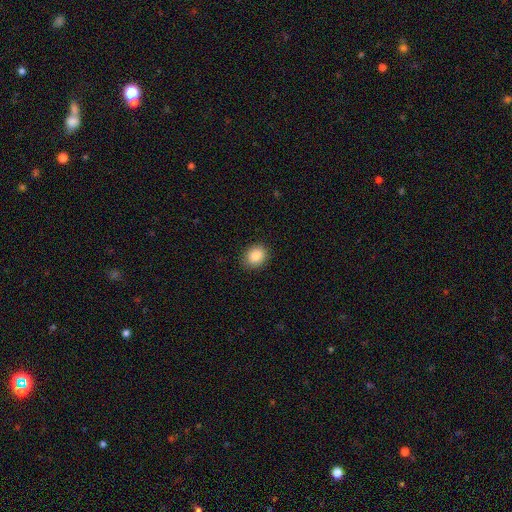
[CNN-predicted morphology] This is clearly a smooth galaxy (87%). How rounded: possibly round (55%). Merging: clearly none (89%).